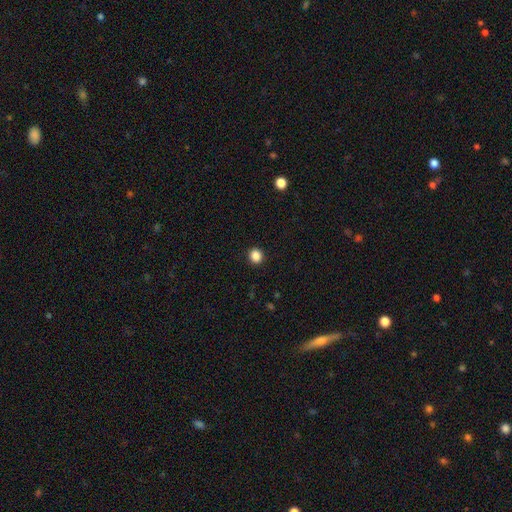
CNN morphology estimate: A smooth galaxy with no disk features (87%) that is round (84%).

Vote fractions:
- Smooth or featured? smooth: 87% / star or artifact: 10% / featured or disk: 3%
- How rounded? round: 84% / in between: 15% / cigar-shaped: 1%
- Merging? none: 92% / minor disturbance: 5% / major disturbance: 2% / merger: 1%